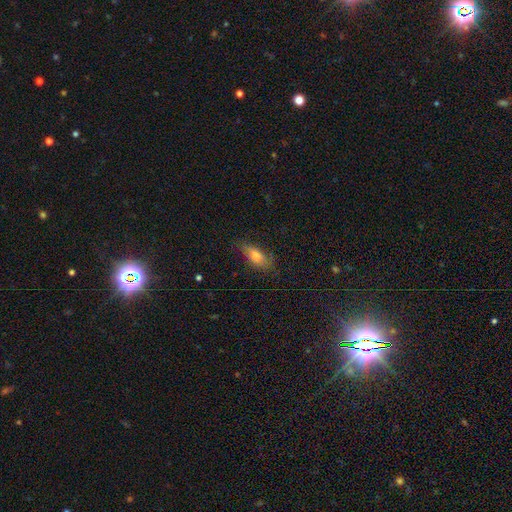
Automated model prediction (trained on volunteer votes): This is likely a smooth galaxy (70%). How rounded: likely in between (75%). Merging: likely none (71%).